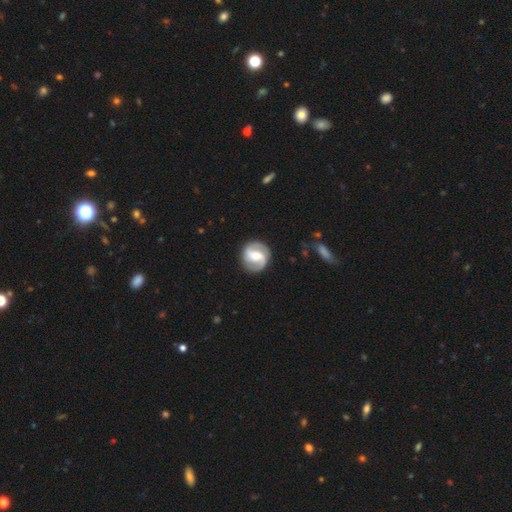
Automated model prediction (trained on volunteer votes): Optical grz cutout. It shows a featured or disk galaxy (83%) with a weak bar (44%), 2 (91%) medium (46%) spiral arms (94%) and a moderate central bulge (63%). Merging: none (87%).